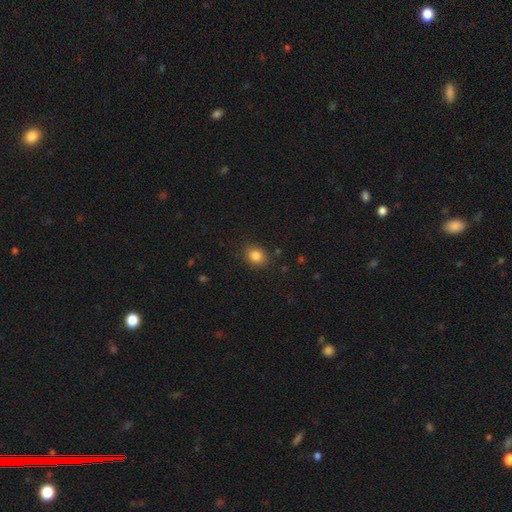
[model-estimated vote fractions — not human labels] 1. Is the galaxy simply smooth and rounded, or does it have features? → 84% smooth, 11% star or artifact, 5% featured or disk.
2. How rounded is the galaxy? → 53% round, 46% in between, 1% cigar-shaped.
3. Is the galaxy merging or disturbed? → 85% none, 11% minor disturbance, 3% major disturbance, 1% merger.